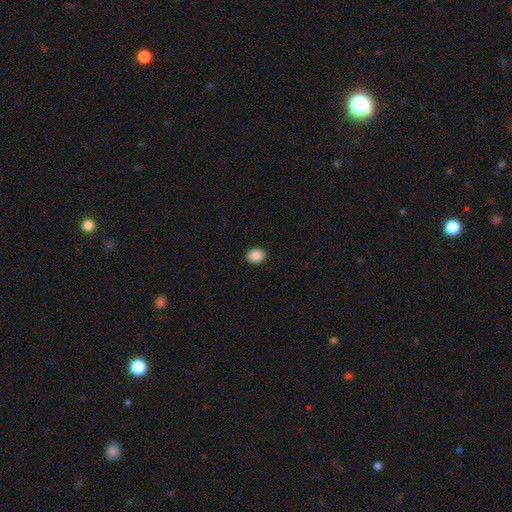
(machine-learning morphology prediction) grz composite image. It shows a smooth galaxy with no disk features (89%) that is round (58%). Merging: none (91%).